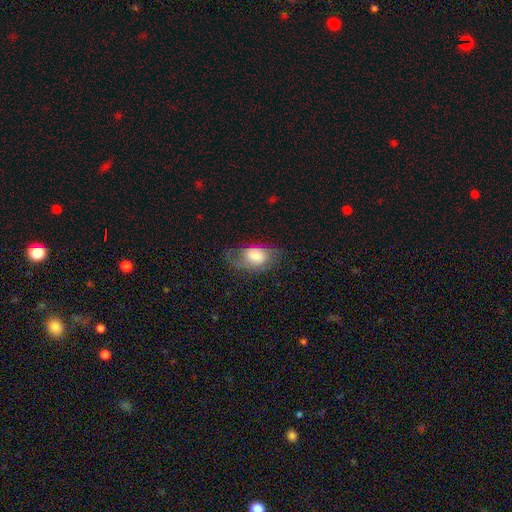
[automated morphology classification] Smooth or featured?
  - smooth: 57% *
  - featured or disk: 35%
  - star or artifact: 8%
How rounded?
  - in between: 84% *
  - round: 14%
  - cigar-shaped: 2%
Merging?
  - none: 55% *
  - minor disturbance: 26%
  - major disturbance: 18%
  - merger: 1%